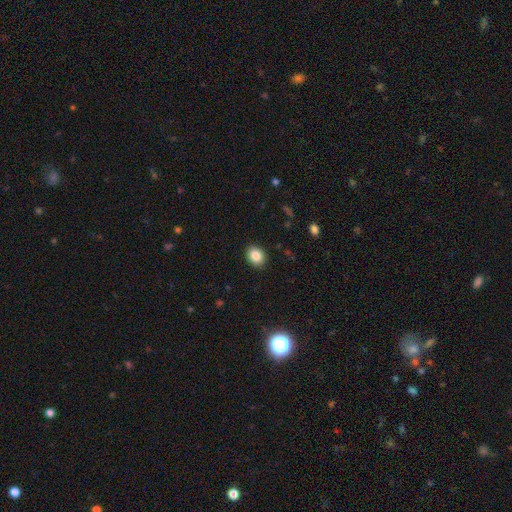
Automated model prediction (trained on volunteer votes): Morphology: type=smooth (86%); roundness=in between (51%); merging=none (90%).